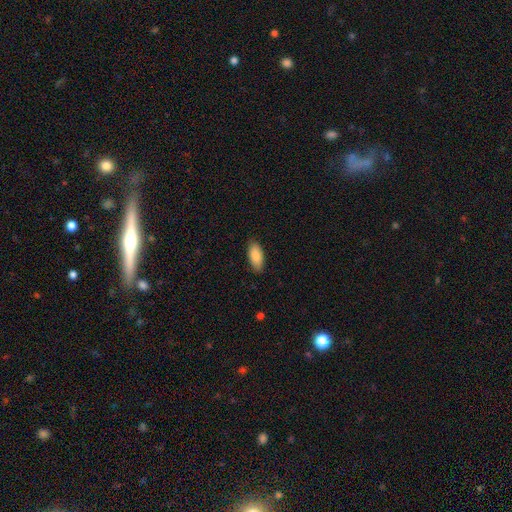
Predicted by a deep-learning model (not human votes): smooth 89%, star or artifact 6%, featured or disk 5%. Down the decision tree: how rounded — in between (88%); merging — none (87%).